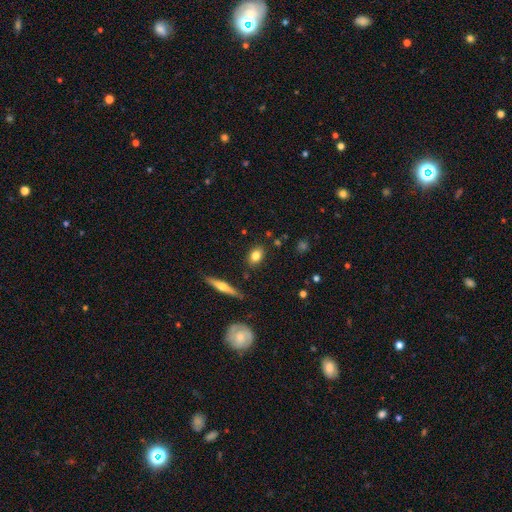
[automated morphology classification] This appears to be a smooth galaxy with no disk features (79%) that is in between round and cigar-shaped (68%). Merging: none (86%).